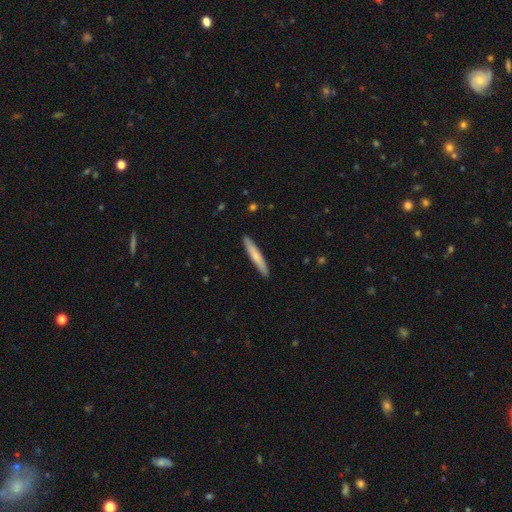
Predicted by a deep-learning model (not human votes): Smooth or featured? smooth (71%)
How rounded? cigar-shaped (94%)
Merging? none (90%)